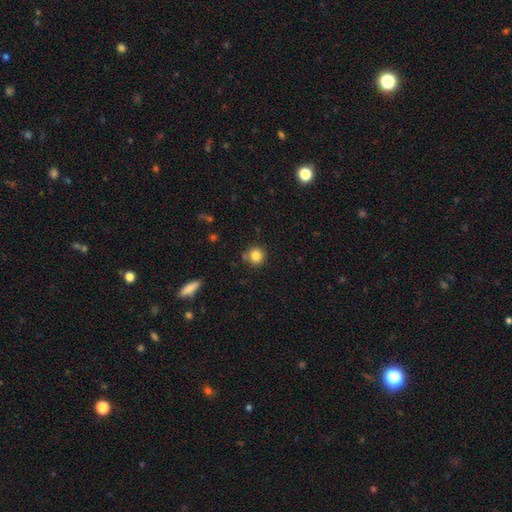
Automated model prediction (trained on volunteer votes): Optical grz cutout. It shows a smooth galaxy with no disk features (83%) that is round (92%). Merging: none (82%).